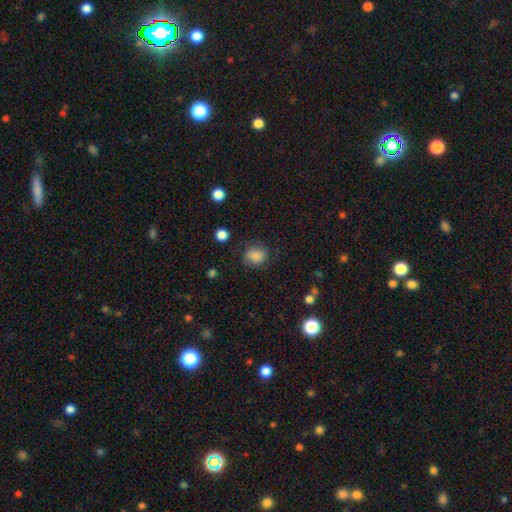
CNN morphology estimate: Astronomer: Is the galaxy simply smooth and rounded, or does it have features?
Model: smooth — 84%.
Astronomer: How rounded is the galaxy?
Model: round — 63%.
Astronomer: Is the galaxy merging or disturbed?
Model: none — 77%.